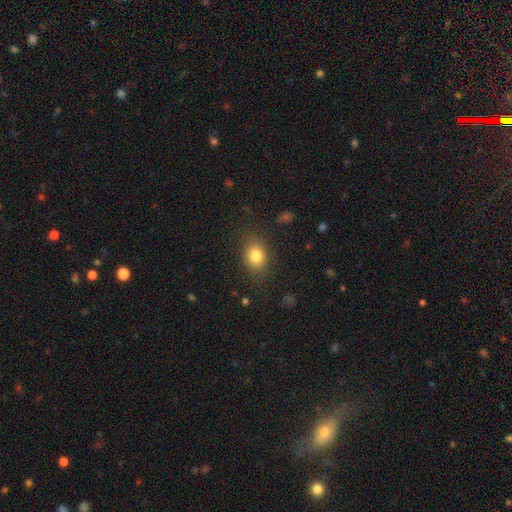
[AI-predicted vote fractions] The model was most divided on "how rounded": in between: 57%, round: 42%, cigar-shaped: 1%. More confident: merging — none (82%); smooth or featured — smooth (81%).